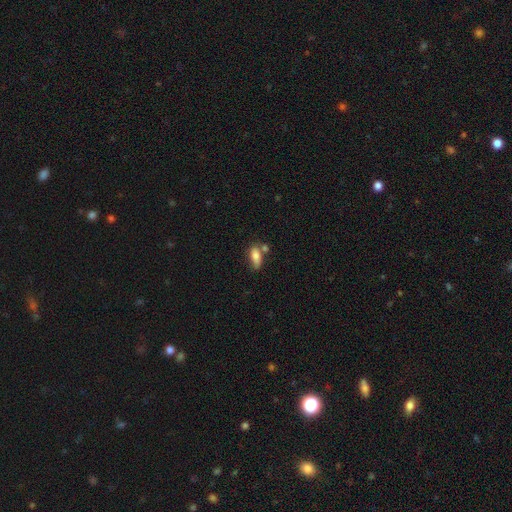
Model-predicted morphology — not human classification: Overall: smooth (78%). How rounded: in between (81%). Merging: none (50%; minor disturbance 22%).